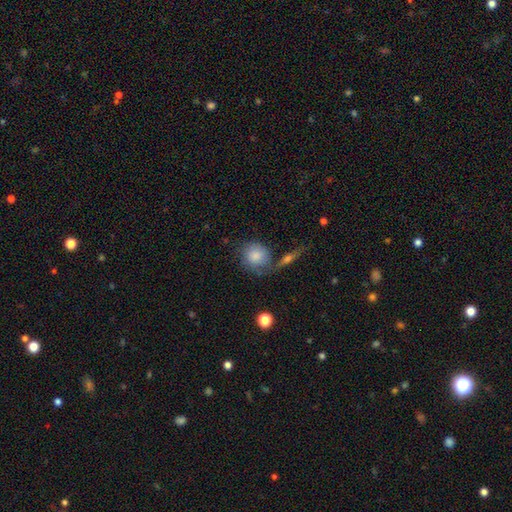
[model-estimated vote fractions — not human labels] Smooth or featured?
  - smooth: 79% *
  - featured or disk: 14%
  - star or artifact: 7%
How rounded?
  - round: 78% *
  - in between: 20%
  - cigar-shaped: 2%
Merging?
  - none: 54% *
  - minor disturbance: 20%
  - merger: 17%
  - major disturbance: 10%